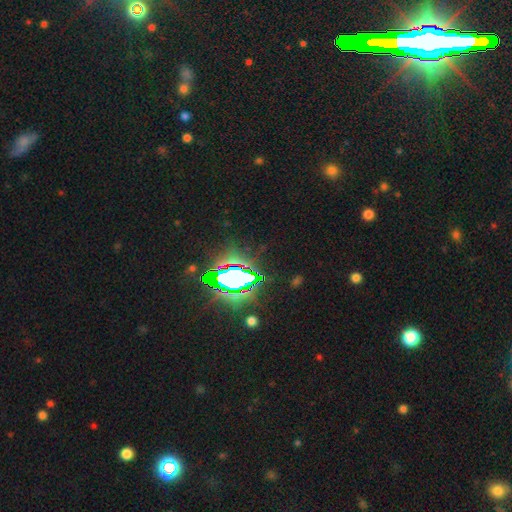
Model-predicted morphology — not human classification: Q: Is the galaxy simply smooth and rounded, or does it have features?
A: star or artifact — 81%.